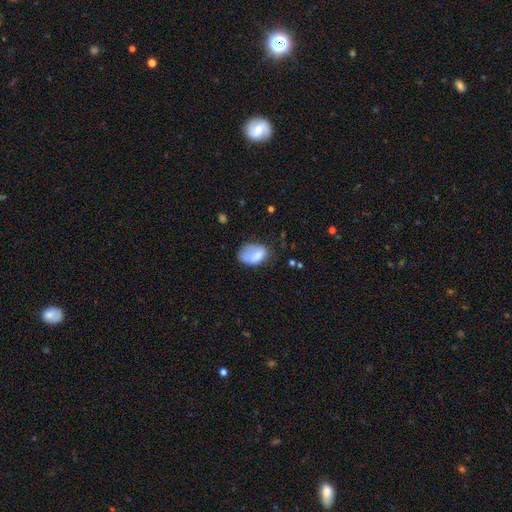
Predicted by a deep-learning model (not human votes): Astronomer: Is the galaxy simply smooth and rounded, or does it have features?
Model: smooth — 72%.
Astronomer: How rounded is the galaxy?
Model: in between — 87%.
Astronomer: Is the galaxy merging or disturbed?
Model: none — 35% (runner-up: minor disturbance, 34%).